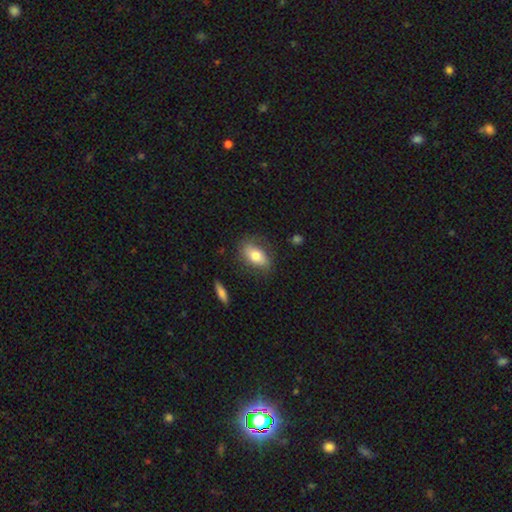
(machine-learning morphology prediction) Smooth or featured? Predicted: smooth (p=0.71). How rounded? Predicted: in between (p=0.86). Merging? Predicted: none (p=0.73).